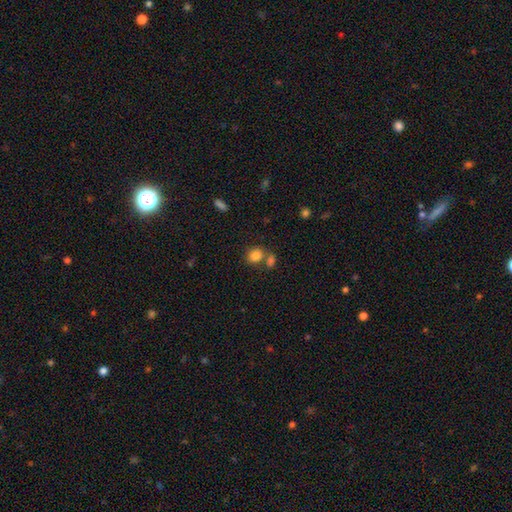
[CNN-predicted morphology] Q: Smooth or featured?
A: smooth (83%); runner-up: star or artifact (10%)
Q: How rounded?
A: round (55%); runner-up: in between (44%)
Q: Merging?
A: none (55%); runner-up: merger (30%)